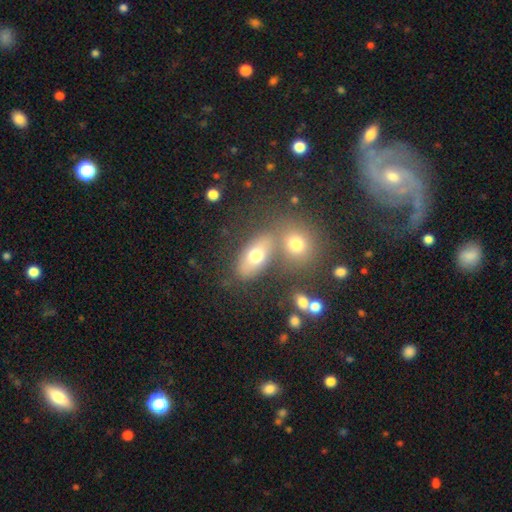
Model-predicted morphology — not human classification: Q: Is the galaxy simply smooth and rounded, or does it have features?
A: smooth — 69%.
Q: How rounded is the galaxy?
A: in between — 76%.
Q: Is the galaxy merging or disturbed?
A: none — 52%.